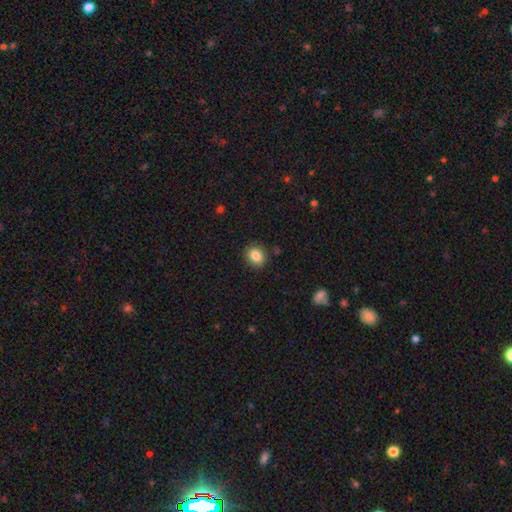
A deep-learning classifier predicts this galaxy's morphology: A smooth galaxy with no disk features (85%) that is round (58%). Merging: none (87%).